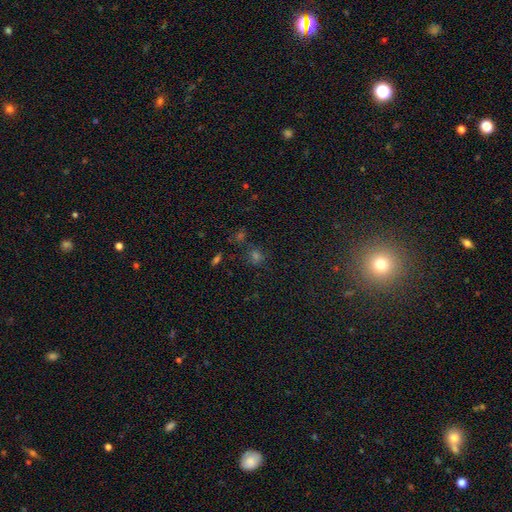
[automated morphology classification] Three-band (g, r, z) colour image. It shows a star or artifact, not a galaxy (46%).